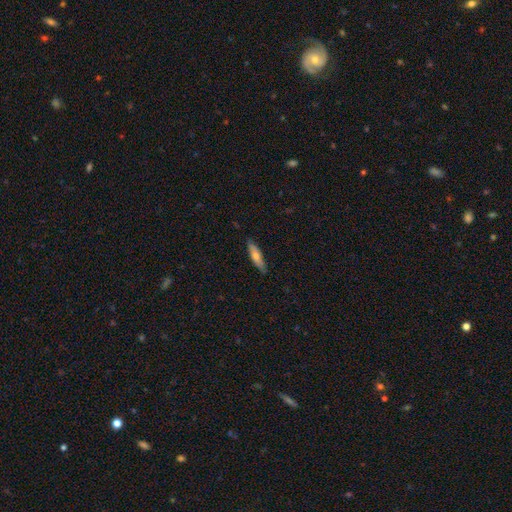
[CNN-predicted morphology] The model was most divided on "smooth or featured": smooth: 62%, featured or disk: 32%, star or artifact: 6%. More confident: merging — none (85%); how rounded — cigar-shaped (67%).